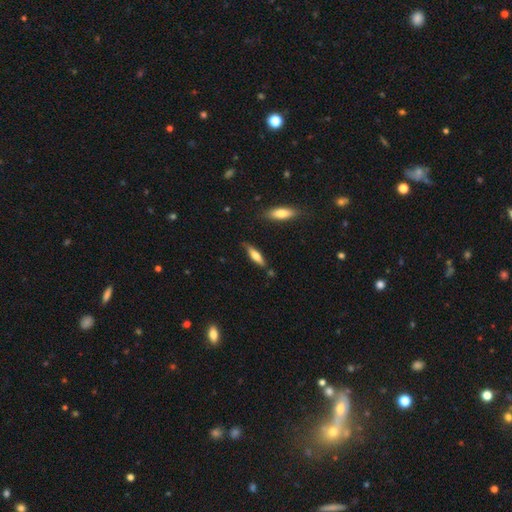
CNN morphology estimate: smooth_or_featured: smooth (p=0.60) [alt: featured or disk p=0.34]
how_rounded: cigar-shaped (p=0.67) [alt: in between p=0.31]
merging: none (p=0.77) [alt: minor disturbance p=0.16]